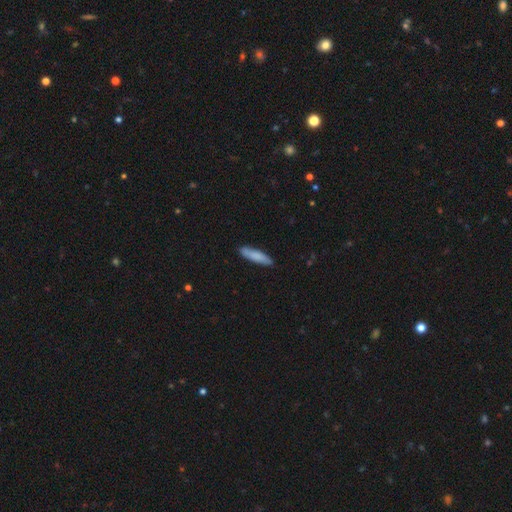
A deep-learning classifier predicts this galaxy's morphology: smooth-or-featured: smooth: 80% | featured or disk: 15% | star or artifact: 5%
  how-rounded: cigar-shaped: 78% | in between: 20% | round: 1%
  merging: none: 86% | minor disturbance: 11% | major disturbance: 2% | merger: 1%